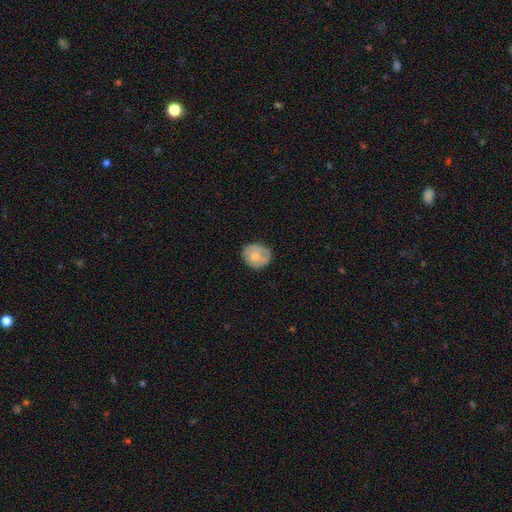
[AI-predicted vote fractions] Smooth or featured? Predicted: smooth (p=0.60). How rounded? Predicted: round (p=0.71). Merging? Predicted: none (p=0.75).